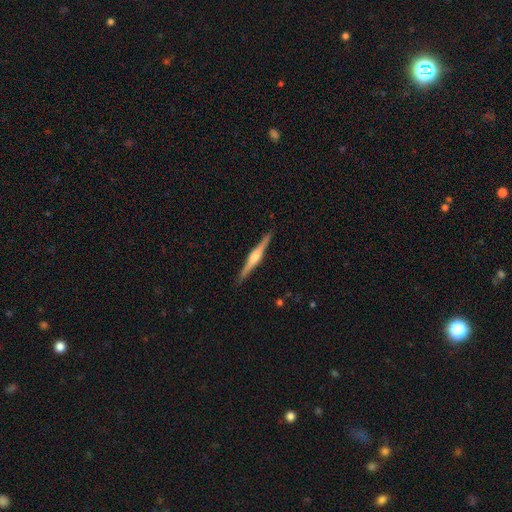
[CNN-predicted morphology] Smooth or featured? Predicted: featured or disk (p=0.81). Edge-on disk? Predicted: yes (p=0.99). Edge-on bulge? Predicted: rounded (p=0.69). Merging? Predicted: none (p=0.92).